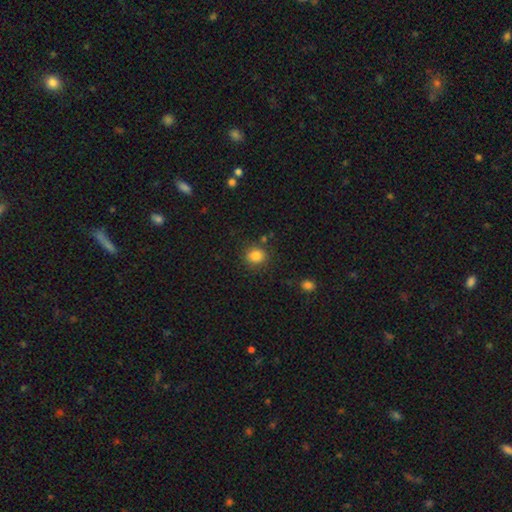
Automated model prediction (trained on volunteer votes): Overall: smooth (84%). How rounded: round (78%). Merging: none (84%).